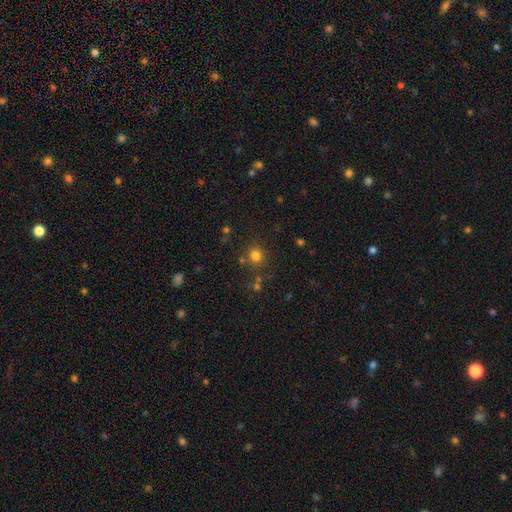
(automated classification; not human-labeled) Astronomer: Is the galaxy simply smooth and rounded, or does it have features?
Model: smooth — 78%.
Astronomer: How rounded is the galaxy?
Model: round — 86%.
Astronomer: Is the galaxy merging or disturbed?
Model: none — 82%.